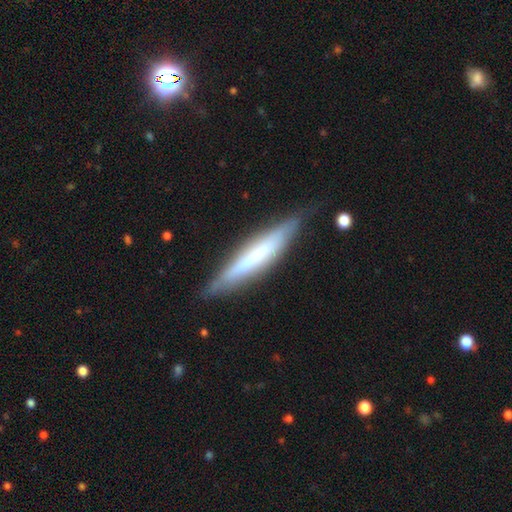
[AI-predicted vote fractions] Smooth or featured? smooth (49%)
Merging? none (79%)